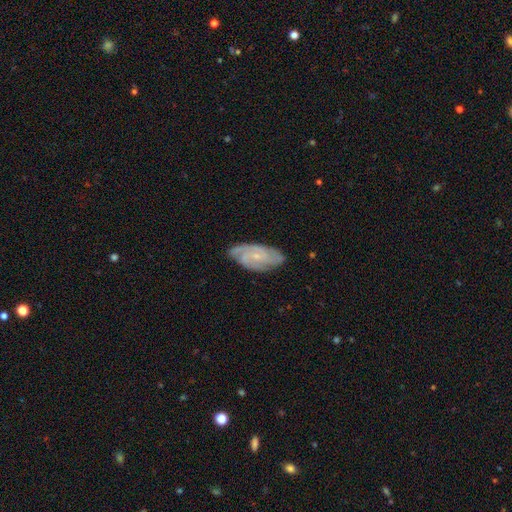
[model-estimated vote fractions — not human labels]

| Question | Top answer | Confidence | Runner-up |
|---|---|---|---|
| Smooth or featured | featured or disk | 81% | smooth (13%) |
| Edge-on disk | no | 95% | yes (5%) |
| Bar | no | 61% | weak (32%) |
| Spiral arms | yes | 96% | no (4%) |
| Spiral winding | tight | 61% | medium (32%) |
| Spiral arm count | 3 | 32% | 2 (25%) |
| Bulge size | small | 75% | moderate (18%) |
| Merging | none | 76% | minor disturbance (19%) |